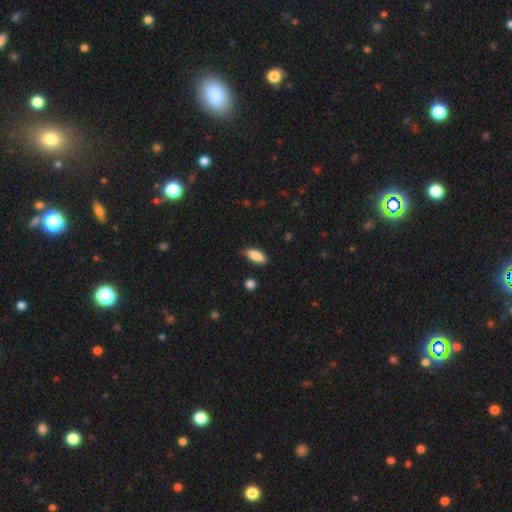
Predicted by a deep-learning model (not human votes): Overall: smooth (88%). How rounded: in between (82%). Merging: none (80%).